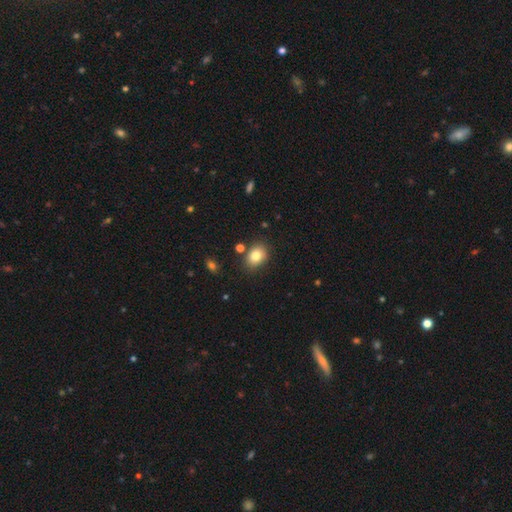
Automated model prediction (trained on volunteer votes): Smooth or featured? Predicted: smooth (p=0.81). How rounded? Predicted: in between (p=0.61). Merging? Predicted: none (p=0.80).